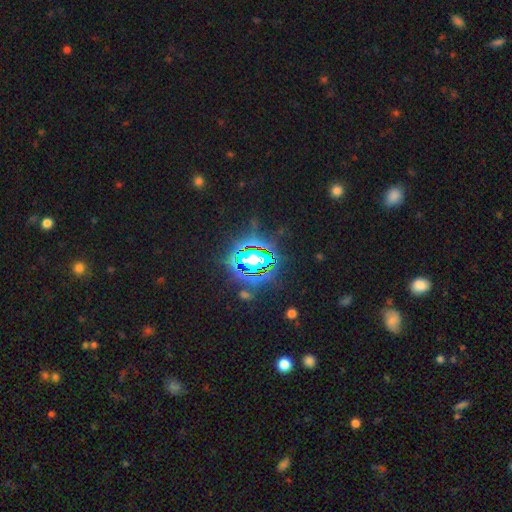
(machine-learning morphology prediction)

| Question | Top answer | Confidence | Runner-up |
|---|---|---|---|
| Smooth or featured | star or artifact | 78% | smooth (12%) |